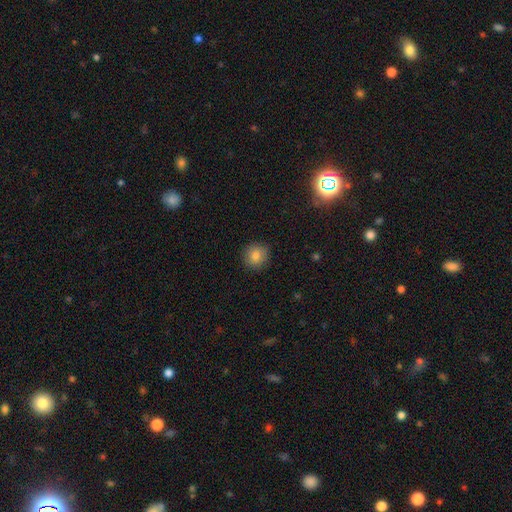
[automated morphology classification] A smooth galaxy with no disk features (83%) that is round (90%). Merging: none (89%).